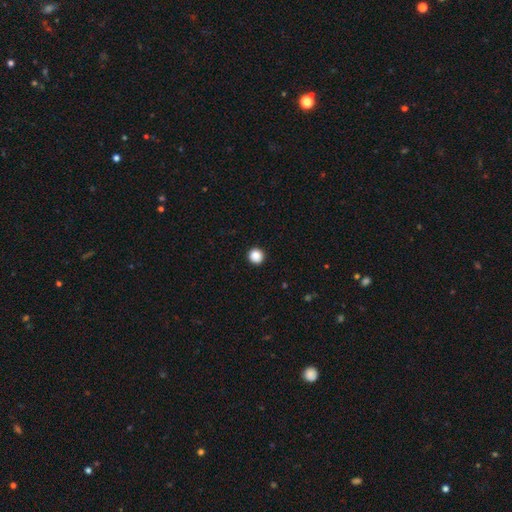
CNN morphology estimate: type=smooth (87%); roundness=round (95%); merging=none (93%).